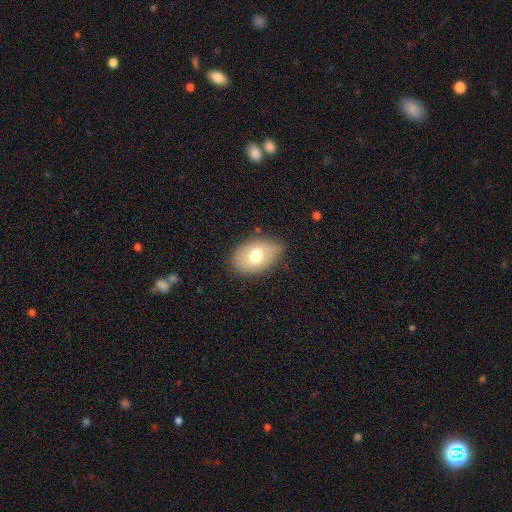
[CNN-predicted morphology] type=smooth (68%); roundness=in between (85%); merging=none (76%).